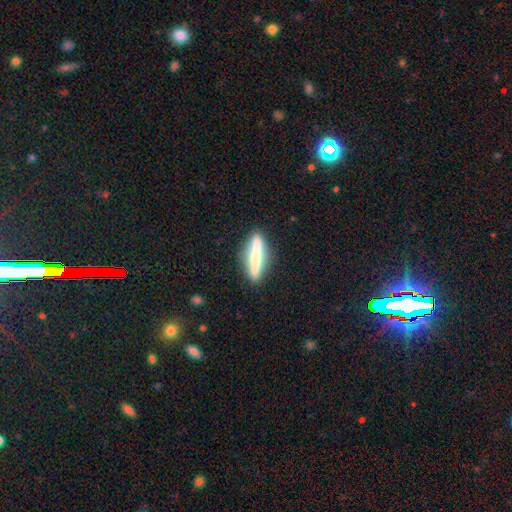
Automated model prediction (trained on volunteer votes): Overall: smooth (51%; featured or disk 43%). How rounded: cigar-shaped (86%). Merging: none (89%).